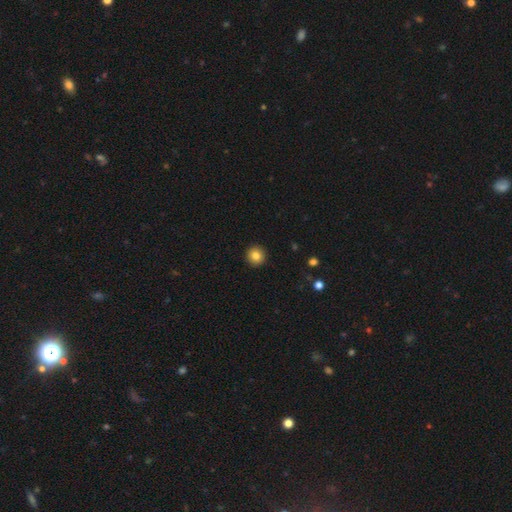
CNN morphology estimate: Smooth or featured? Predicted: smooth (p=0.84). How rounded? Predicted: round (p=0.95). Merging? Predicted: none (p=0.93).